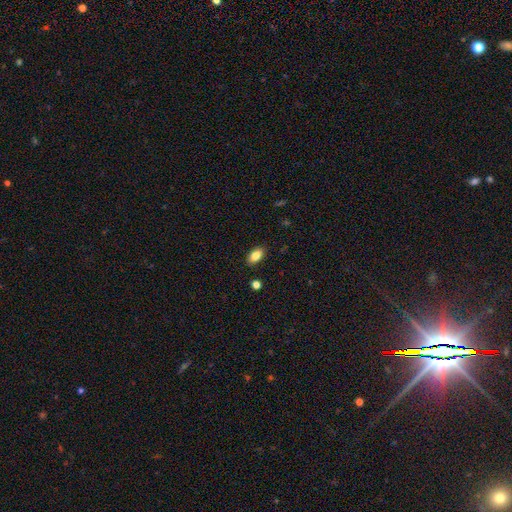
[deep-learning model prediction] Overall: smooth (84%). How rounded: in between (92%). Merging: none (88%).